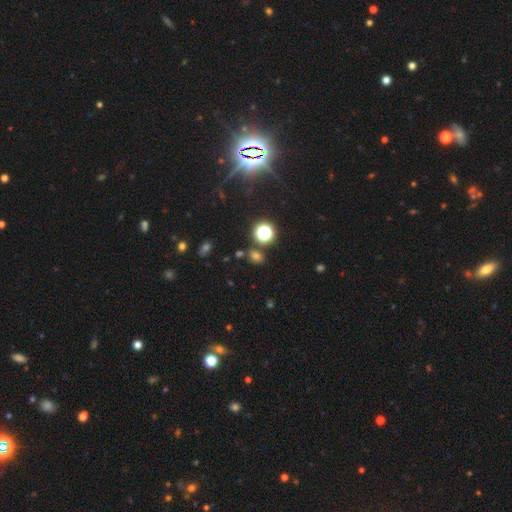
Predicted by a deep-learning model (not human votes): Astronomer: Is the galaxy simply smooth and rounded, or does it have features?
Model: smooth — 63%.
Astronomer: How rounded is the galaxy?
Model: round — 52% (runner-up: in between, 47%).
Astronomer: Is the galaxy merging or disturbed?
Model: none — 78%.